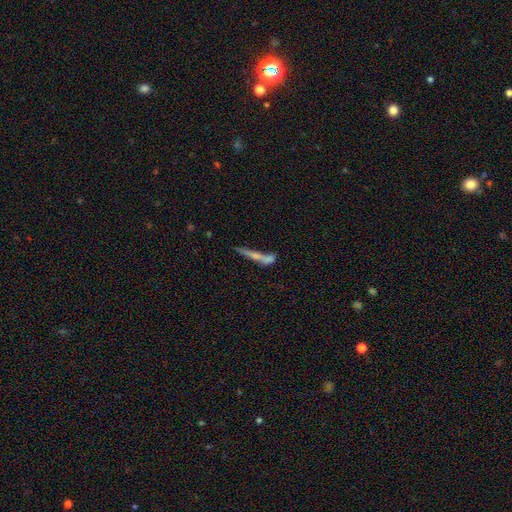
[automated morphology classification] Smooth or featured: featured or disk — 49% (smooth — 40%)
Merging: none — 44% (merger — 32%)